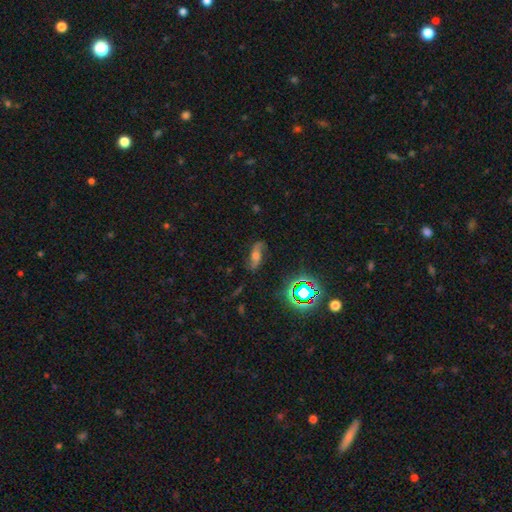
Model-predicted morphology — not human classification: Overall: featured or disk (59%; smooth 23%). Edge-on disk: no (88%). Bar: no (57%; weak 28%). Spiral arms: yes (90%). Bulge size: moderate (51%; small 23%). Merging: none (72%).